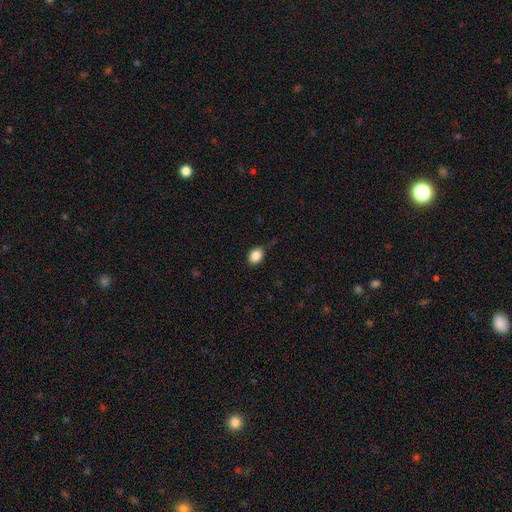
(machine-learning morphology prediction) Q: Smooth or featured?
A: smooth (86%); runner-up: star or artifact (9%)
Q: How rounded?
A: in between (73%); runner-up: round (26%)
Q: Merging?
A: none (73%); runner-up: minor disturbance (21%)